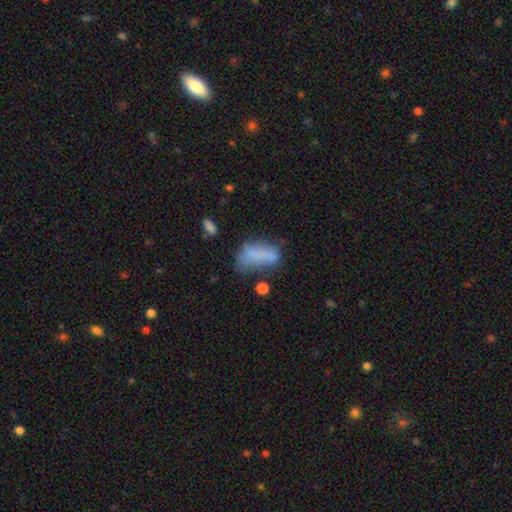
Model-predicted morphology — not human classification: type=smooth (62%); roundness=in between (78%); merging=none (35%).